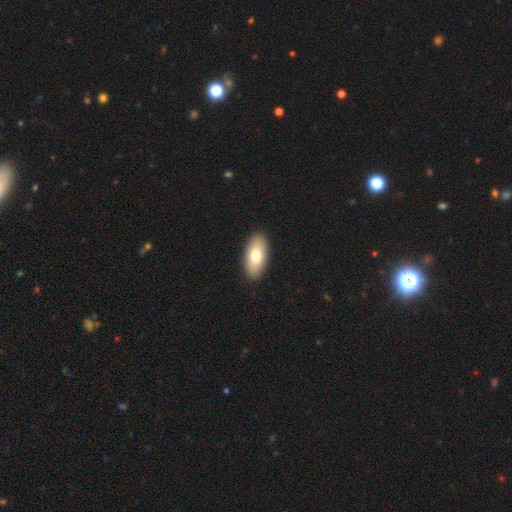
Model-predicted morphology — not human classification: Smooth or featured? smooth (76%)
How rounded? in between (90%)
Merging? none (91%)